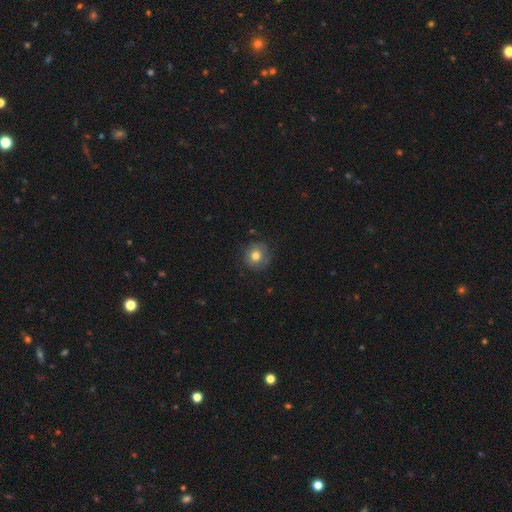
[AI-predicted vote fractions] A smooth galaxy with no disk features (73%) that is round (91%). Merging: none (80%).